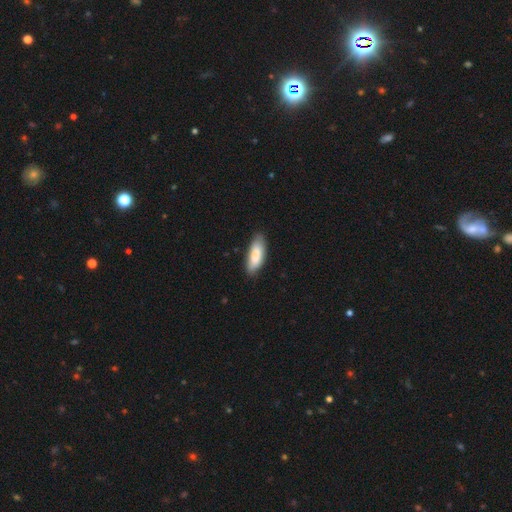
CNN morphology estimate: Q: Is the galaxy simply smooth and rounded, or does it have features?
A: smooth — 82%.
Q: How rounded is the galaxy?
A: in between — 67%.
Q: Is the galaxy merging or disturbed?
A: none — 76%.